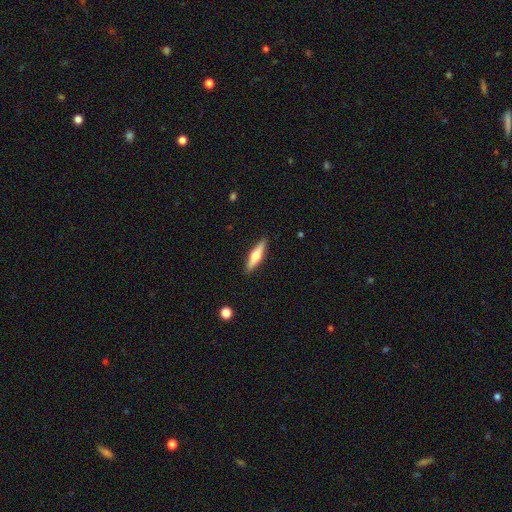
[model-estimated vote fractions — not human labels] featured or disk 49%, smooth 45%, star or artifact 6%. Down the decision tree: merging — none (90%).